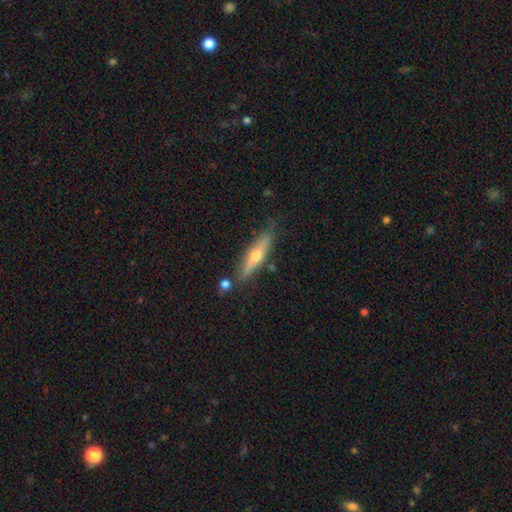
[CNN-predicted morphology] This appears to be a featured or disk galaxy (50%) viewed edge-on (89%). Merging: none (77%).